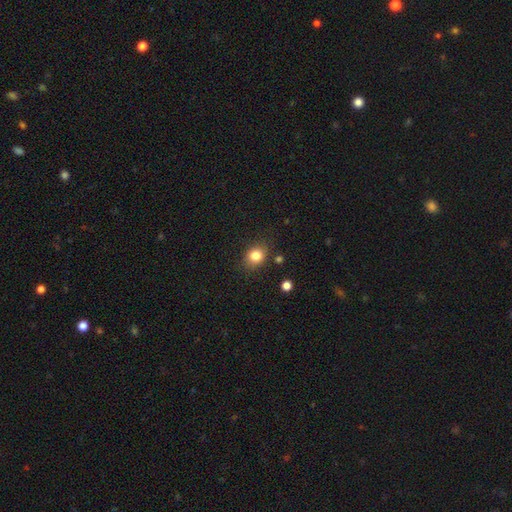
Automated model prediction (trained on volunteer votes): The model was most divided on "how rounded": round: 53%, in between: 46%, cigar-shaped: 1%. More confident: smooth or featured — smooth (82%); merging — none (80%).